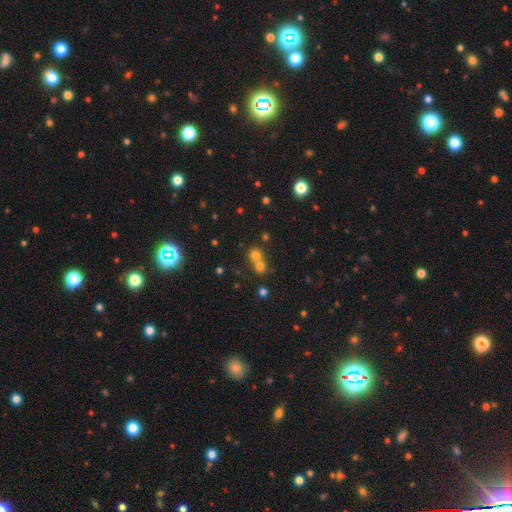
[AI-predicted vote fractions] smooth 70%, star or artifact 20%, featured or disk 10%. Down the decision tree: how rounded — round (87%); merging — merger (49%).